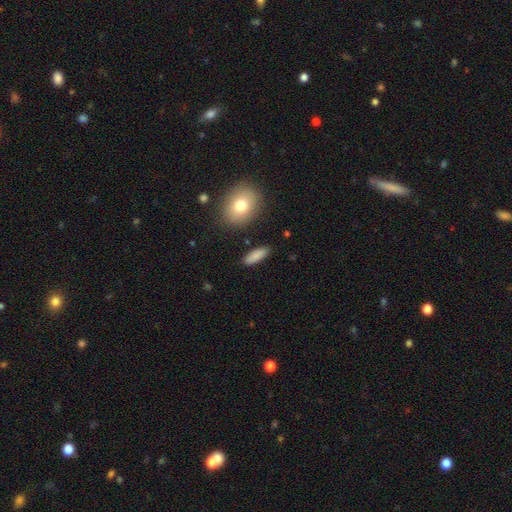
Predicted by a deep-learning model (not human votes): smooth 85%, featured or disk 8%, star or artifact 7%. Down the decision tree: how rounded — in between (60%); merging — none (87%).